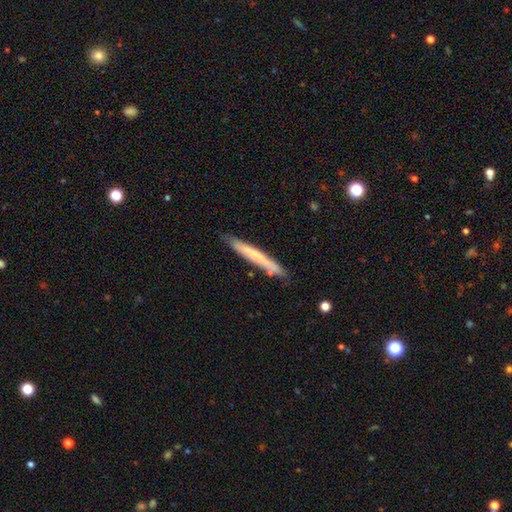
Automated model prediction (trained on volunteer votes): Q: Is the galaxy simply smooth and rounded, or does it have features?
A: smooth — 59%.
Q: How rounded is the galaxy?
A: cigar-shaped — 96%.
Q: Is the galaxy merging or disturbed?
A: none — 82%.